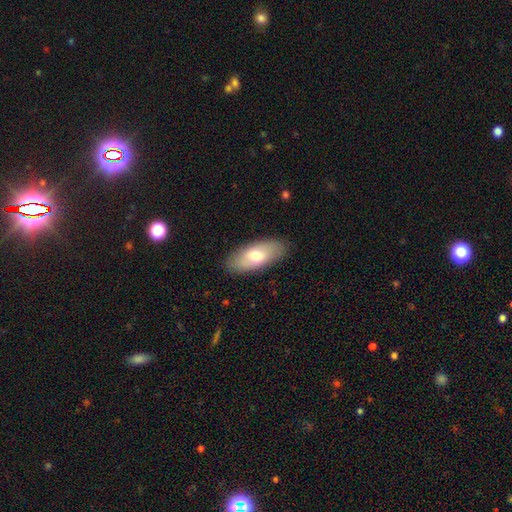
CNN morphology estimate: Smooth or featured? smooth (71%)
How rounded? in between (87%)
Merging? none (88%)